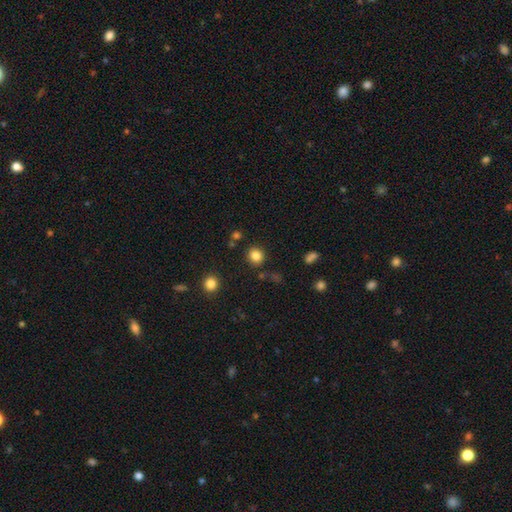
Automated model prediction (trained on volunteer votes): smooth_or_featured: smooth (p=0.84) [alt: star or artifact p=0.12]
how_rounded: round (p=0.87) [alt: in between p=0.12]
merging: none (p=0.86) [alt: minor disturbance p=0.07]